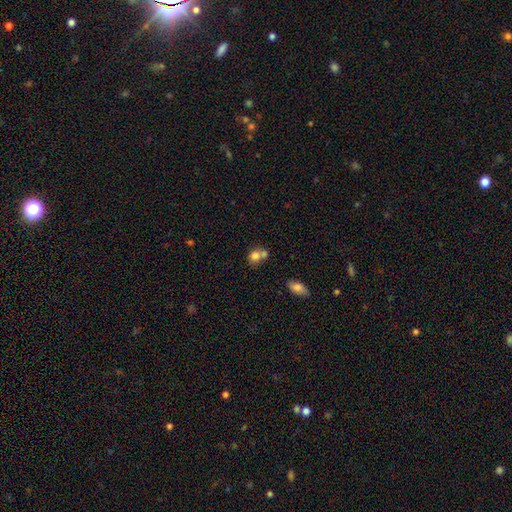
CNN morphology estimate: This is likely a smooth galaxy (78%). How rounded: likely round (69%). Merging: possibly merger (52%).